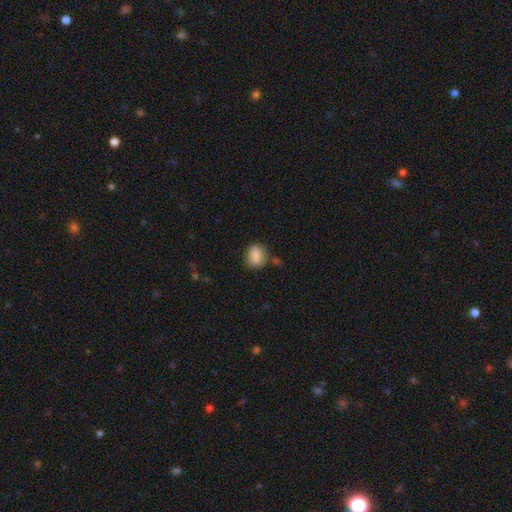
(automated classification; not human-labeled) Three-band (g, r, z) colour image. It shows a smooth galaxy with no disk features (85%) that is in between round and cigar-shaped (61%). Merging: none (68%).